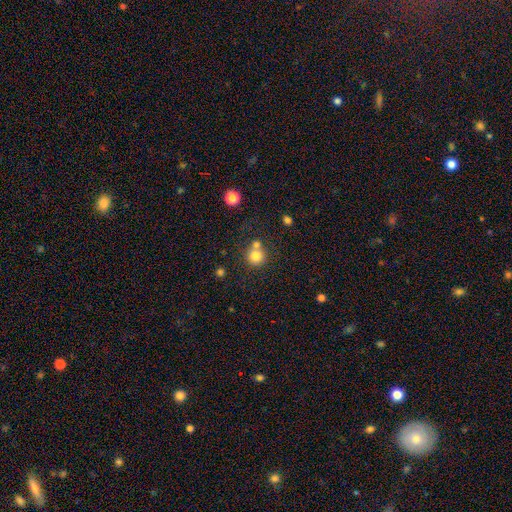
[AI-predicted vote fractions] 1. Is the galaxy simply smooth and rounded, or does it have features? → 79% smooth, 12% star or artifact, 9% featured or disk.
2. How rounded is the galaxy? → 91% round, 8% in between, 1% cigar-shaped.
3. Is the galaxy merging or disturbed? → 58% none, 30% merger, 9% minor disturbance, 3% major disturbance.